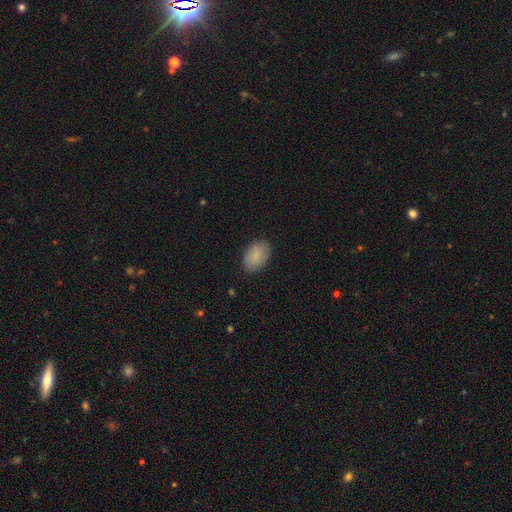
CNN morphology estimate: This appears to be a smooth galaxy with no disk features (87%) that is in between round and cigar-shaped (90%). Merging: none (85%).